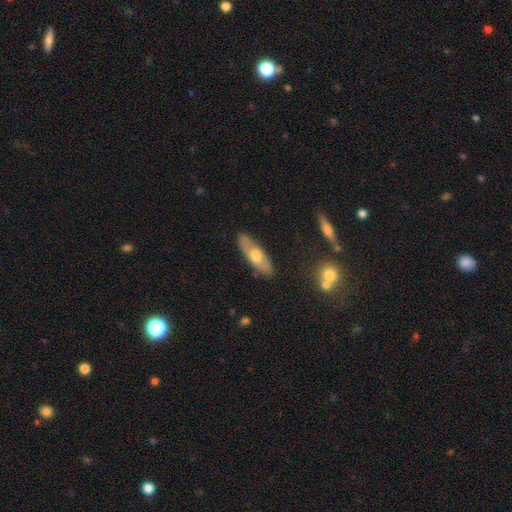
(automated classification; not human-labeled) A smooth galaxy with no disk features (48%).

Vote fractions:
- Smooth or featured? smooth: 48% / featured or disk: 45% / star or artifact: 6%
- Merging? none: 84% / minor disturbance: 12% / major disturbance: 2% / merger: 2%